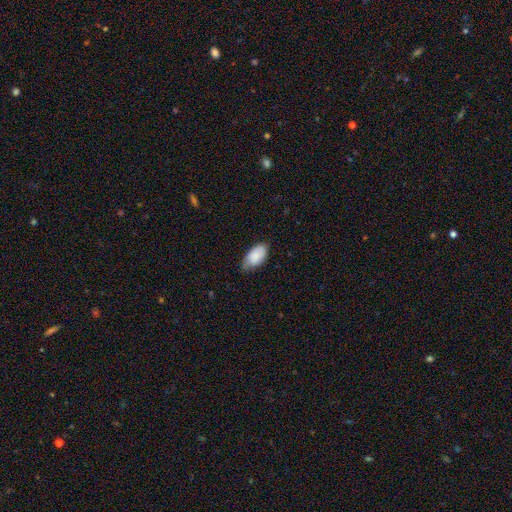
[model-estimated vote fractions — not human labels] Overall: smooth (86%). How rounded: in between (95%). Merging: none (63%; minor disturbance 31%).